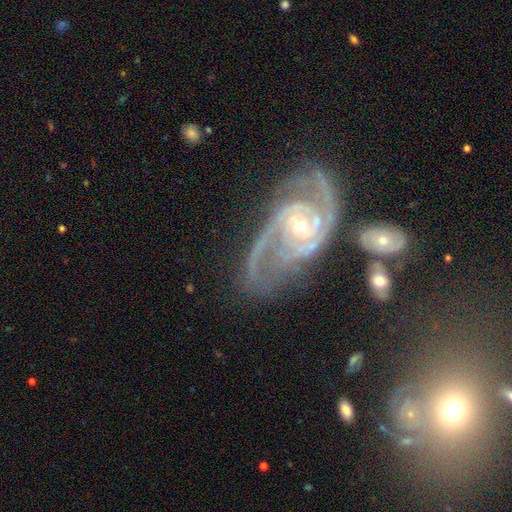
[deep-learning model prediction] A featured or disk galaxy (91%) with no bar (61%), 2 (62%) medium (47%) spiral arms (98%) and a small central bulge (64%).

Vote fractions:
- Smooth or featured? featured or disk: 91% / star or artifact: 5% / smooth: 3%
- Edge-on disk? no: 97% / yes: 3%
- Bar? no: 61% / weak: 26% / strong: 13%
- Spiral arms? yes: 98% / no: 2%
- Spiral winding? medium: 47% / tight: 41% / loose: 12%
- Spiral arm count? 2: 62% / 3: 18% / can't tell: 8% / 4: 5% / 1: 4% / more than 4: 4%
- Bulge size? small: 64% / moderate: 33% / large: 1% / none: 1% / dominant: 1%
- Merging? none: 53% / minor disturbance: 20% / major disturbance: 17% / merger: 9%